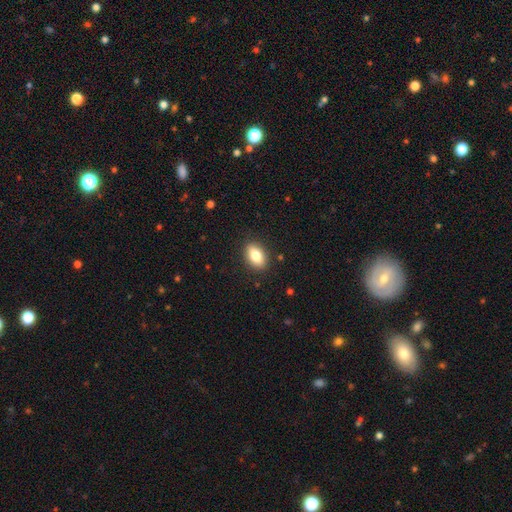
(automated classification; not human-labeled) Overall: smooth (81%). How rounded: in between (88%). Merging: none (88%).